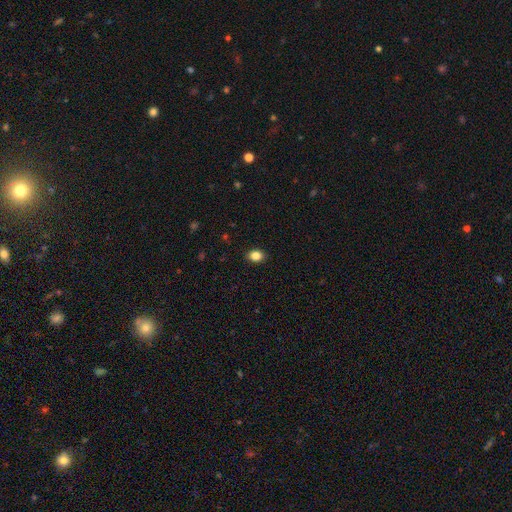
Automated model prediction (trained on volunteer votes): smooth-or-featured: smooth: 86% | star or artifact: 10% | featured or disk: 4%
  how-rounded: in between: 66% | round: 33% | cigar-shaped: 1%
  merging: none: 90% | minor disturbance: 7% | major disturbance: 2% | merger: 1%